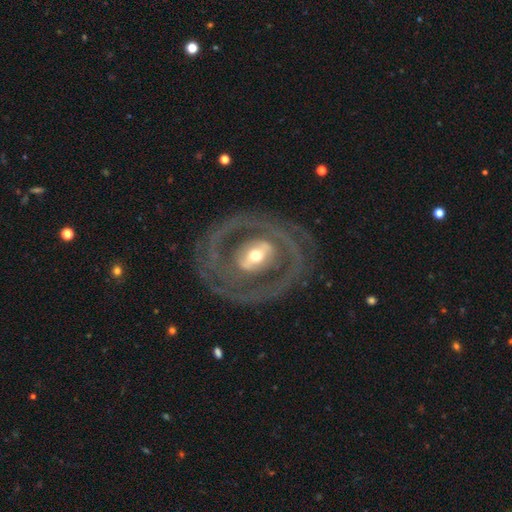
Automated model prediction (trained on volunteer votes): Smooth or featured? featured or disk (80%)
Edge-on disk? no (94%)
Bar? strong (40%)
Spiral arms? yes (61%)
Bulge size? moderate (57%)
Merging? none (74%)